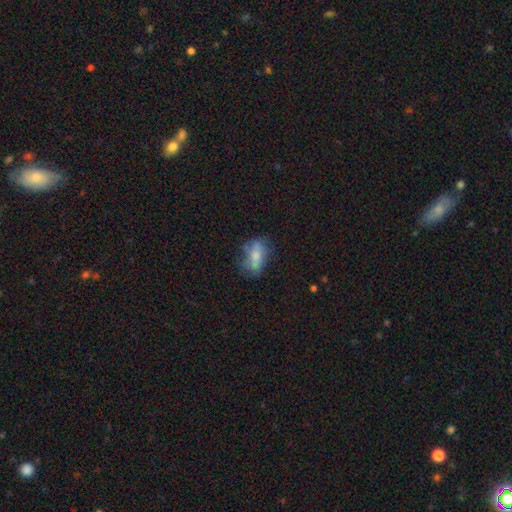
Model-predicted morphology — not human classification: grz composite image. It shows a smooth galaxy with no disk features (62%) that is in between round and cigar-shaped (84%). Merging: none (52%).